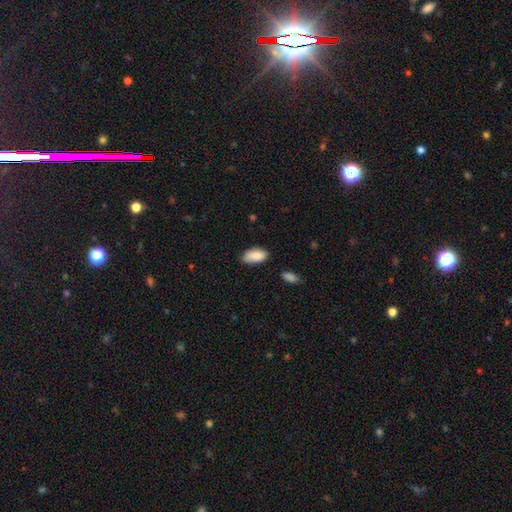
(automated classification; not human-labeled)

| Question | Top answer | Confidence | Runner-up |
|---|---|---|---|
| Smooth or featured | smooth | 88% | star or artifact (6%) |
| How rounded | in between | 94% | cigar-shaped (4%) |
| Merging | none | 79% | minor disturbance (16%) |